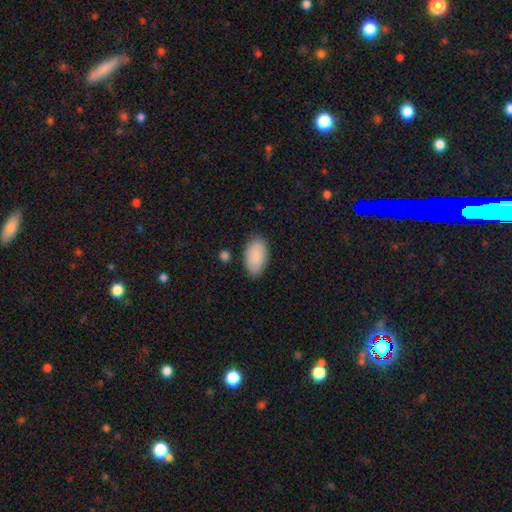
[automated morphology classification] The model was most divided on "merging": none: 82%, minor disturbance: 13%, major disturbance: 3%, merger: 2%. More confident: how rounded — in between (95%); smooth or featured — smooth (89%).